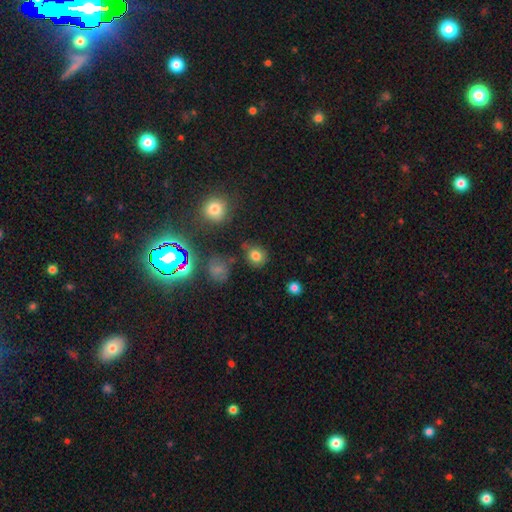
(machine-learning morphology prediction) This is likely a smooth galaxy (76%). How rounded: likely round (75%). Merging: likely none (76%).